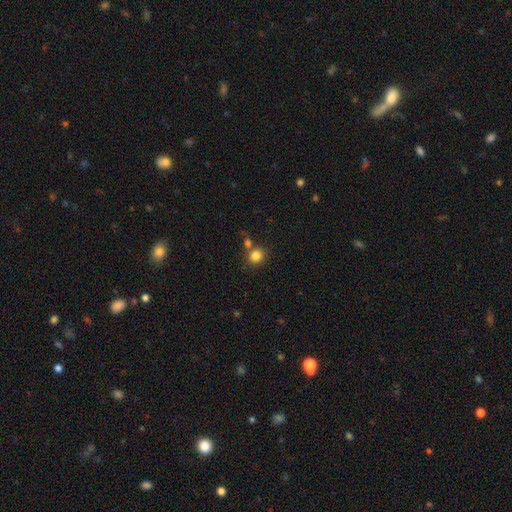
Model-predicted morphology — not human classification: Overall: smooth (83%). How rounded: round (86%). Merging: none (66%).